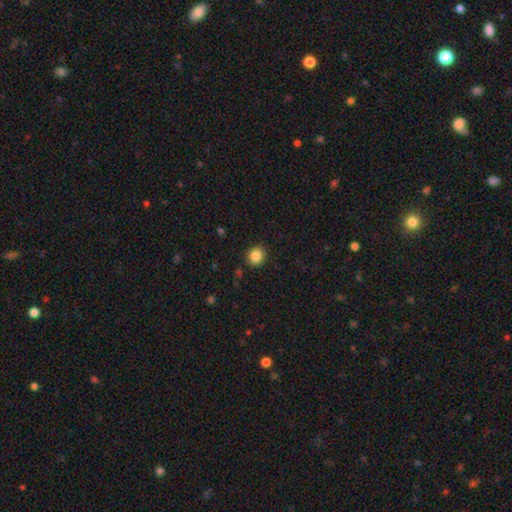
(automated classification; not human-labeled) A smooth galaxy with no disk features (86%) that is round (85%).

Vote fractions:
- Smooth or featured? smooth: 86% / star or artifact: 10% / featured or disk: 4%
- How rounded? round: 85% / in between: 14% / cigar-shaped: 1%
- Merging? none: 89% / minor disturbance: 7% / major disturbance: 2% / merger: 1%